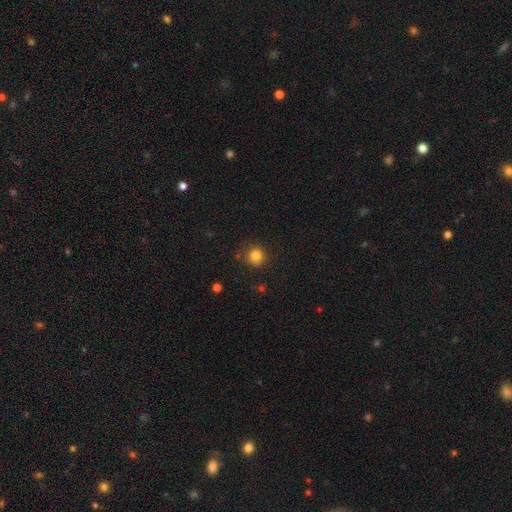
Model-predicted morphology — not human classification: type=smooth (83%); roundness=round (90%); merging=none (83%).